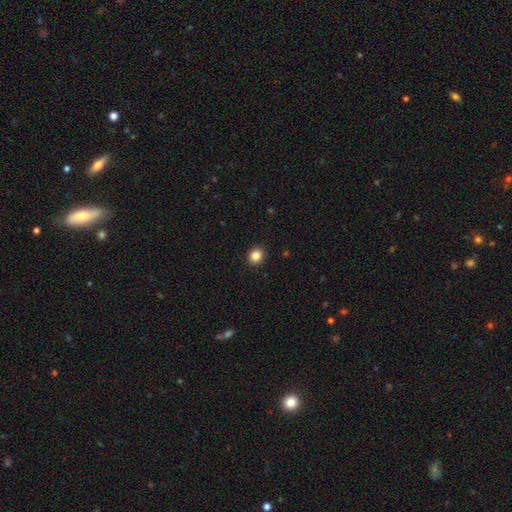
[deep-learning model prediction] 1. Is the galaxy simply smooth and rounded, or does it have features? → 85% smooth, 11% star or artifact, 4% featured or disk.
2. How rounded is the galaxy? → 77% round, 23% in between, 1% cigar-shaped.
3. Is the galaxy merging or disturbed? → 92% none, 6% minor disturbance, 2% major disturbance, 1% merger.